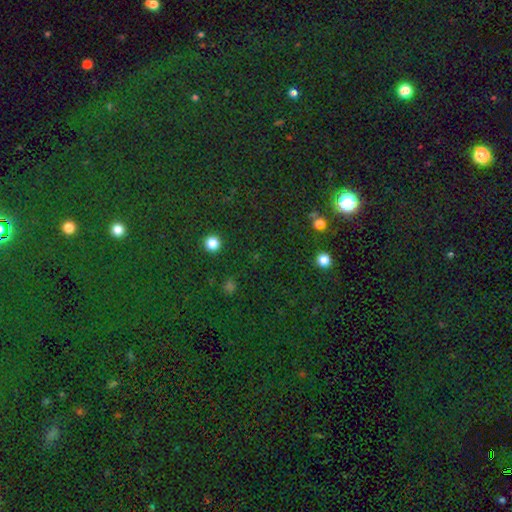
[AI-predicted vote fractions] This appears to be a star or artifact, not a galaxy (74%).